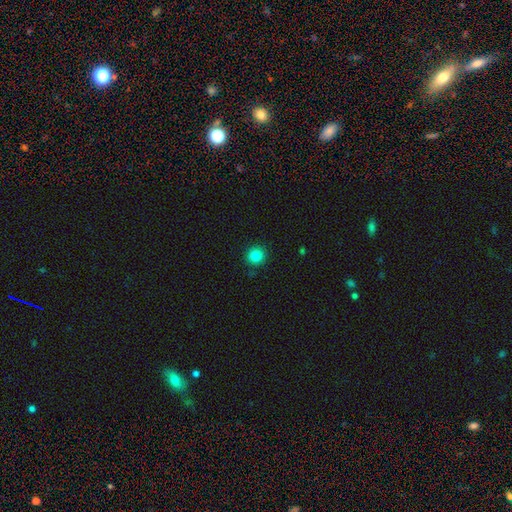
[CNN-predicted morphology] Q: Smooth or featured?
A: smooth (84%); runner-up: star or artifact (11%)
Q: How rounded?
A: round (91%); runner-up: in between (8%)
Q: Merging?
A: none (90%); runner-up: minor disturbance (7%)